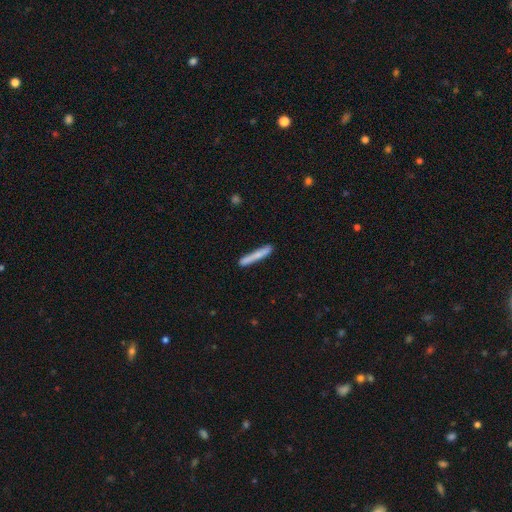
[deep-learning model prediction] smooth 72%, featured or disk 23%, star or artifact 6%. Down the decision tree: how rounded — cigar-shaped (95%); merging — none (84%).